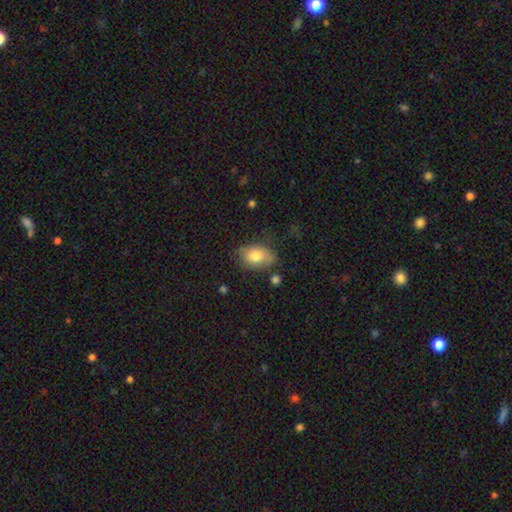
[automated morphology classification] The model was most divided on "merging": none: 67%, minor disturbance: 23%, major disturbance: 7%, merger: 3%. More confident: how rounded — in between (87%); smooth or featured — smooth (78%).